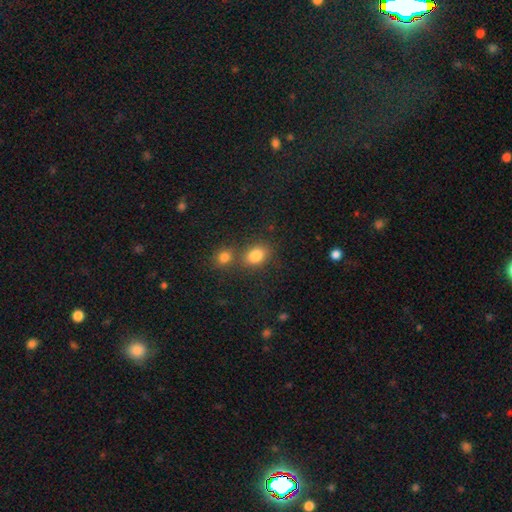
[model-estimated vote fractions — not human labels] This is clearly a smooth galaxy (82%). How rounded: likely in between (64%). Merging: possibly none (59%).